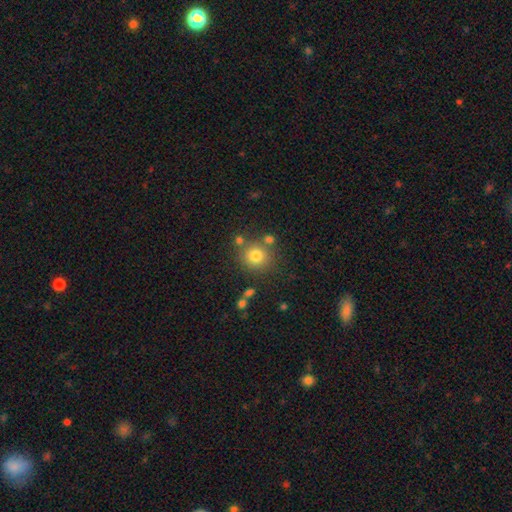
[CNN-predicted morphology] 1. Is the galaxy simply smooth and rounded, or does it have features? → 78% smooth, 13% star or artifact, 9% featured or disk.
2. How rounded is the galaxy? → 90% round, 9% in between, 1% cigar-shaped.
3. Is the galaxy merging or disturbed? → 75% none, 11% merger, 10% minor disturbance, 4% major disturbance.